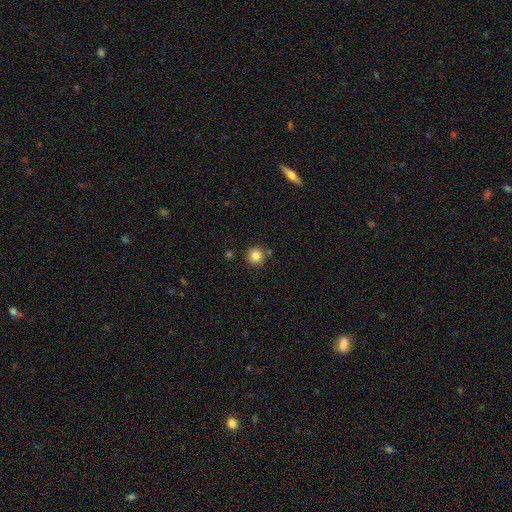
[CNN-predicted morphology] Smooth or featured?
  - smooth: 85% *
  - star or artifact: 11%
  - featured or disk: 5%
How rounded?
  - round: 94% *
  - in between: 5%
  - cigar-shaped: 1%
Merging?
  - none: 84% *
  - minor disturbance: 8%
  - merger: 6%
  - major disturbance: 2%